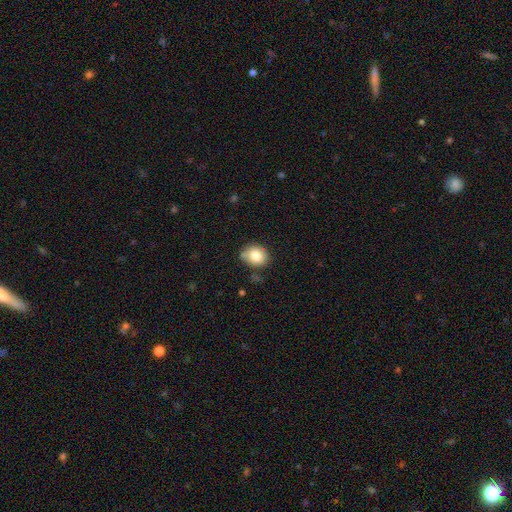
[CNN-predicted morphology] The model was most divided on "how rounded": round: 57%, in between: 42%, cigar-shaped: 1%. More confident: smooth or featured — smooth (81%); merging — none (71%).